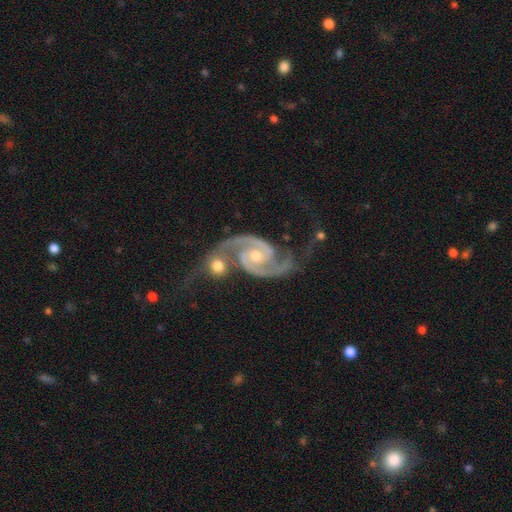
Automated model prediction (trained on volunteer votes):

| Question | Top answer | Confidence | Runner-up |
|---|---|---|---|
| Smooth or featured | featured or disk | 94% | star or artifact (4%) |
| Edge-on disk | no | 98% | yes (2%) |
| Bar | no | 52% | weak (35%) |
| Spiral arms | yes | 99% | no (1%) |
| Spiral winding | medium | 55% | tight (32%) |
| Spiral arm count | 2 | 94% | 3 (2%) |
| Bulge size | moderate | 52% | small (42%) |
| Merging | merger | 37% | tied: none (37%) |